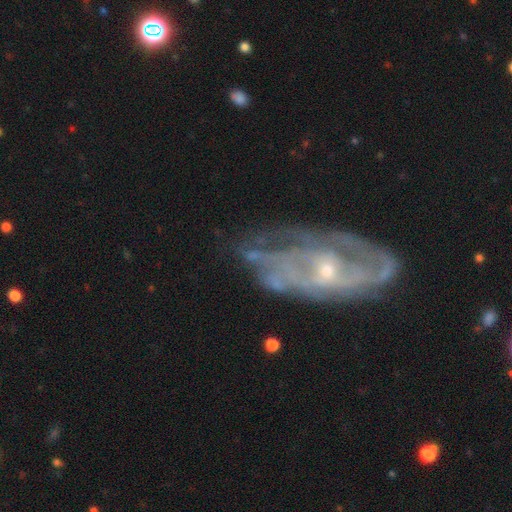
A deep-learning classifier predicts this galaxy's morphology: Smooth or featured? Predicted: featured or disk (p=0.75). Edge-on disk? Predicted: no (p=0.93). Bar? Predicted: no (p=0.61). Spiral arms? Predicted: yes (p=0.71). Bulge size? Predicted: small (p=0.63). Merging? Predicted: none (p=0.47).